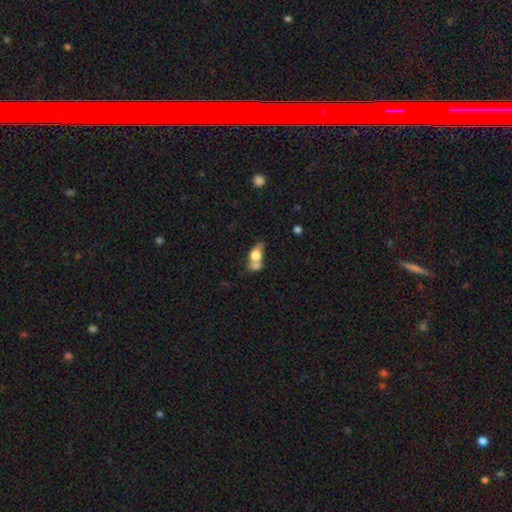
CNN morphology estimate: This is likely a smooth galaxy (65%). How rounded: likely in between (68%). Merging: possibly merger (50%).